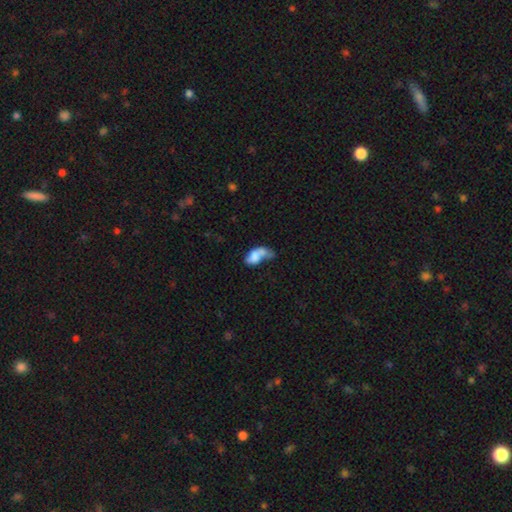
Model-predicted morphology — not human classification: This is likely a smooth galaxy (63%). How rounded: clearly in between (87%). Merging: marginally merger (41%).